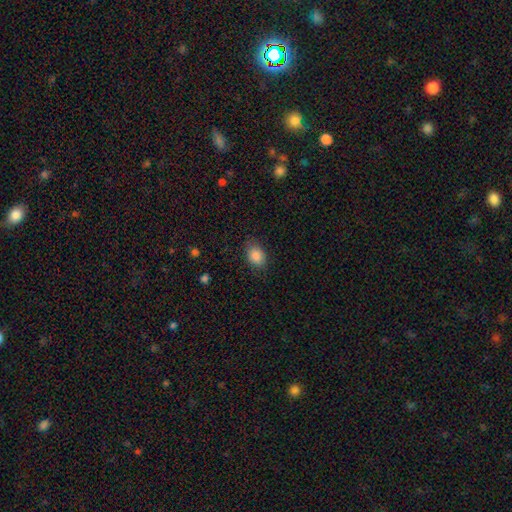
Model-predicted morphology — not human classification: This appears to be a smooth galaxy with no disk features (86%) that is in between round and cigar-shaped (74%). Merging: none (81%).